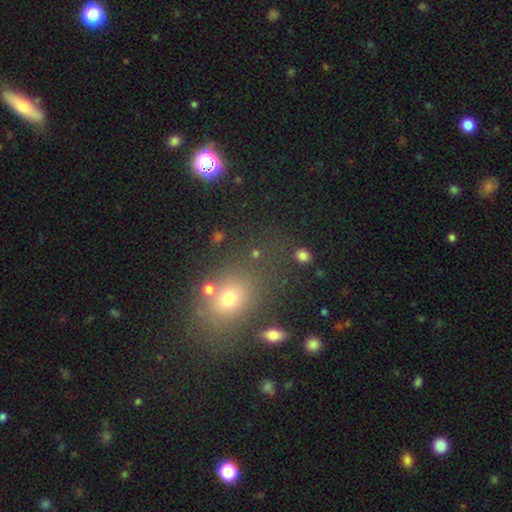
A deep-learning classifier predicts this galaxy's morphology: A smooth galaxy with no disk features (64%) that is in between round and cigar-shaped (57%).

Vote fractions:
- Smooth or featured? smooth: 64% / star or artifact: 23% / featured or disk: 13%
- How rounded? in between: 57% / round: 41% / cigar-shaped: 2%
- Merging? none: 72% / minor disturbance: 13% / merger: 8% / major disturbance: 7%